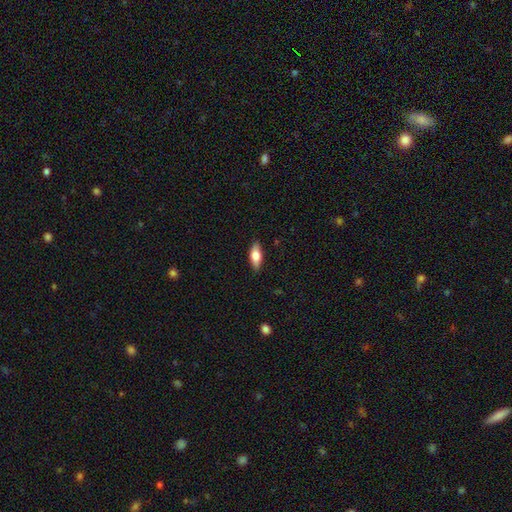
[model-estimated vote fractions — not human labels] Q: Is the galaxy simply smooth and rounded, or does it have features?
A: smooth — 70%.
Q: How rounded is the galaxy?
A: in between — 76%.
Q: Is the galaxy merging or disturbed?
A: none — 87%.